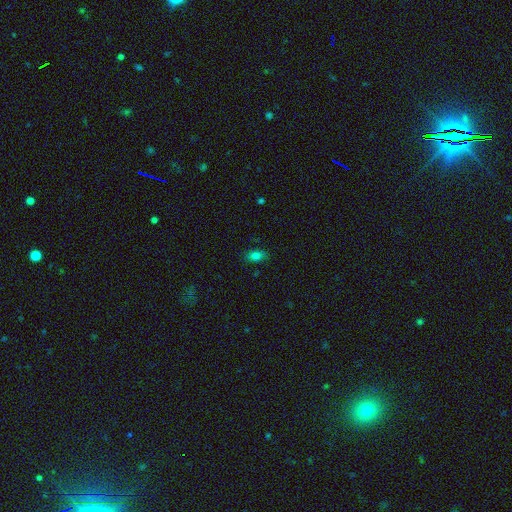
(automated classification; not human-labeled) smooth 77%, star or artifact 13%, featured or disk 10%. Down the decision tree: how rounded — in between (85%); merging — none (85%).